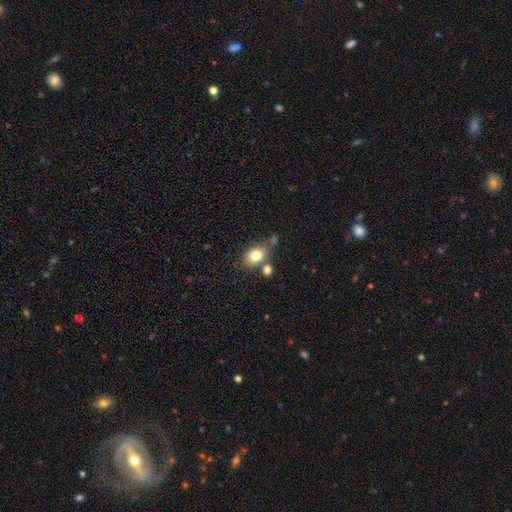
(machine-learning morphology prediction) smooth_or_featured: smooth (p=0.80) [alt: featured or disk p=0.11]
how_rounded: in between (p=0.75) [alt: round p=0.24]
merging: none (p=0.63) [alt: merger p=0.17]